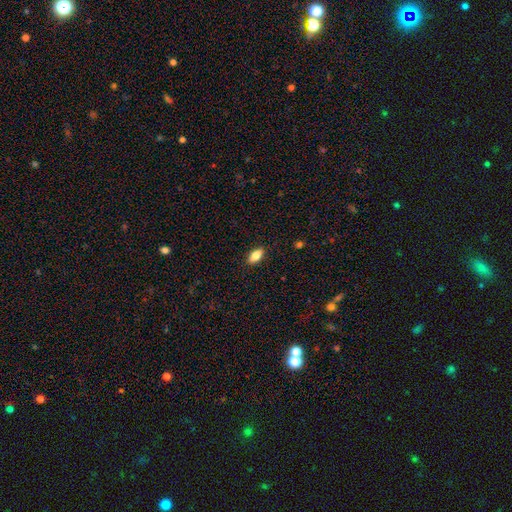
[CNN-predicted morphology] This is likely a smooth galaxy (78%). How rounded: clearly in between (87%). Merging: clearly none (89%).